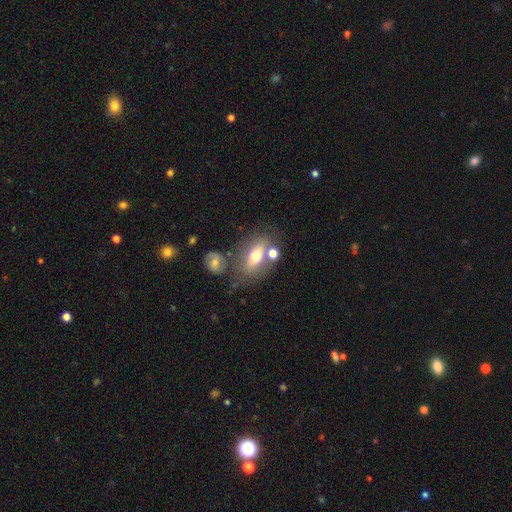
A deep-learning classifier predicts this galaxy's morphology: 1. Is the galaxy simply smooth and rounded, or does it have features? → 56% smooth, 34% featured or disk, 10% star or artifact.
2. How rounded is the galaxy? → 76% in between, 16% round, 7% cigar-shaped.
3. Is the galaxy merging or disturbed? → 57% none, 20% merger, 15% minor disturbance, 7% major disturbance.